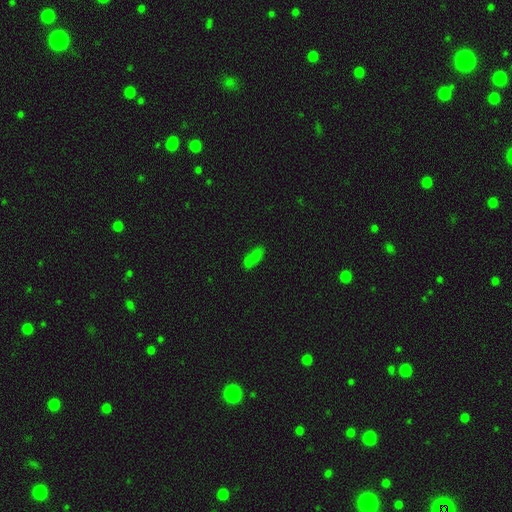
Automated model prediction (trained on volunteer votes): smooth_or_featured: smooth (p=0.67) [alt: star or artifact p=0.19]
how_rounded: in between (p=0.78) [alt: cigar-shaped p=0.15]
merging: none (p=0.53) [alt: merger p=0.21]